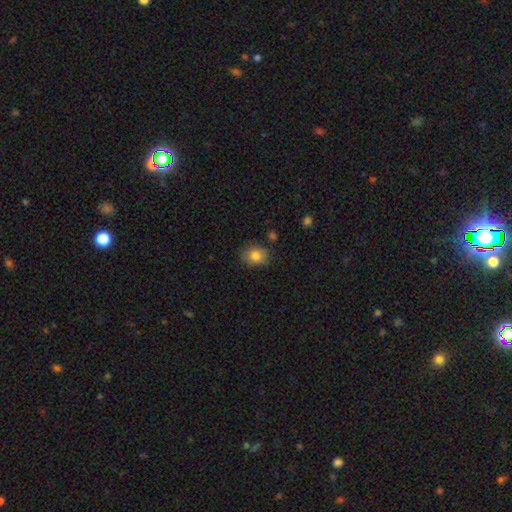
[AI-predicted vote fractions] Smooth or featured? smooth (82%)
How rounded? round (53%)
Merging? none (82%)